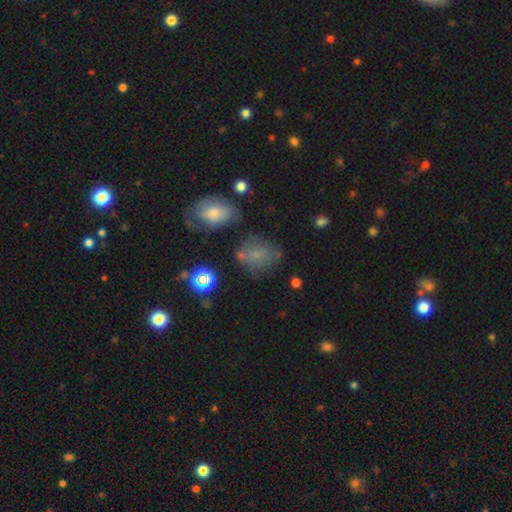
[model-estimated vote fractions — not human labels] Smooth or featured? smooth (67%)
How rounded? round (51%)
Merging? none (55%)